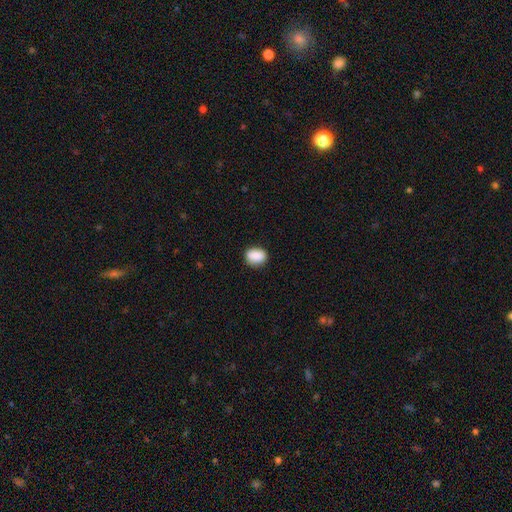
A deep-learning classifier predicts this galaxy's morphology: type=smooth (88%); roundness=in between (61%); merging=none (82%).